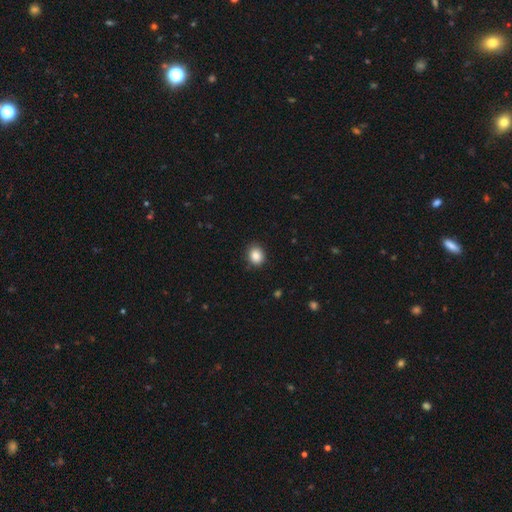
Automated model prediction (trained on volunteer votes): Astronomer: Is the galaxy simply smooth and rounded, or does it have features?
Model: smooth — 86%.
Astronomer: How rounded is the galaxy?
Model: round — 59% (runner-up: in between, 40%).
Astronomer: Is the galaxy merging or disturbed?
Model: none — 87%.